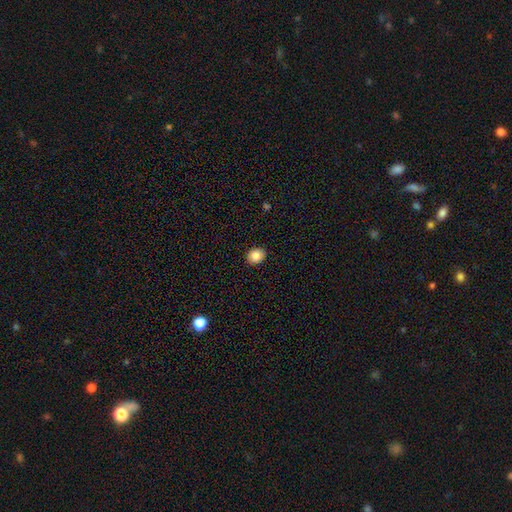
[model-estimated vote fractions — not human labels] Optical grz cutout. It shows a smooth galaxy with no disk features (83%) that is round (61%). Merging: none (91%).